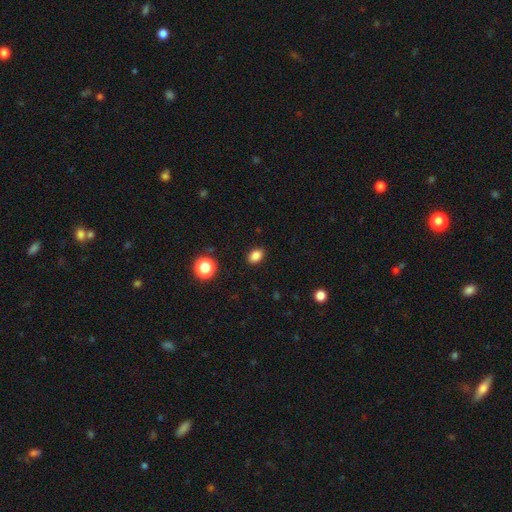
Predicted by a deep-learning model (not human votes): This appears to be a smooth galaxy with no disk features (85%) that is in between round and cigar-shaped (76%). Merging: none (89%).